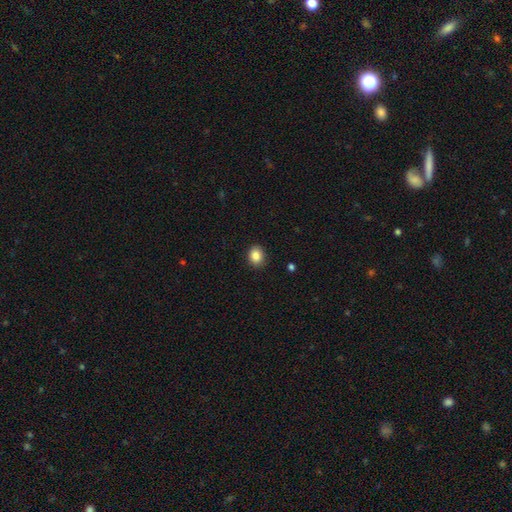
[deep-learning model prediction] smooth-or-featured: smooth: 86% | star or artifact: 10% | featured or disk: 4%
  how-rounded: round: 56% | in between: 43% | cigar-shaped: 1%
  merging: none: 90% | minor disturbance: 7% | major disturbance: 2% | merger: 1%